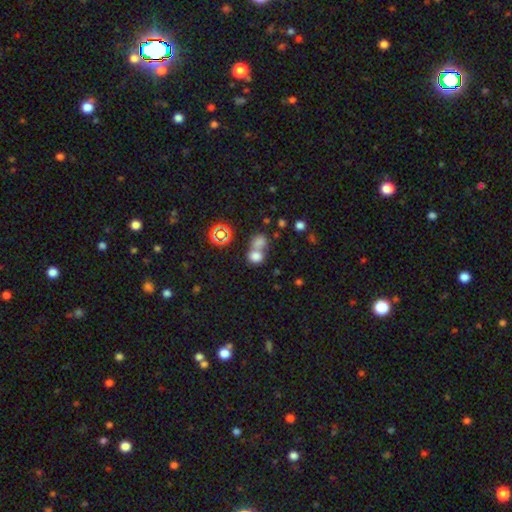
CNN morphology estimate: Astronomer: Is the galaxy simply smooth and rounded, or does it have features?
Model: smooth — 74%.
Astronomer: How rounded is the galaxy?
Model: round — 64%.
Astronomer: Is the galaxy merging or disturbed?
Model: merger — 55% (runner-up: none, 34%).